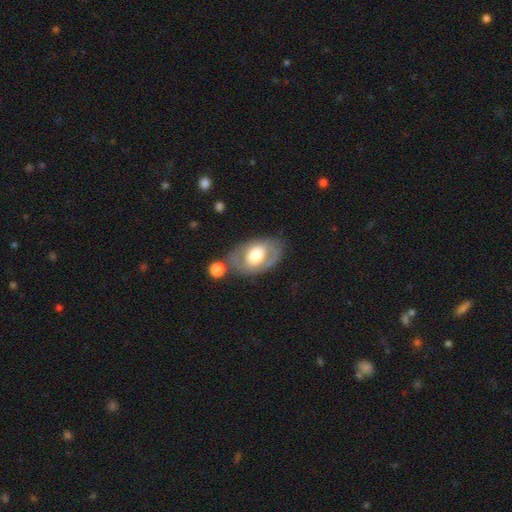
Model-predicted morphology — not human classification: This is possibly a featured or disk galaxy (49%). Merging: likely none (62%).